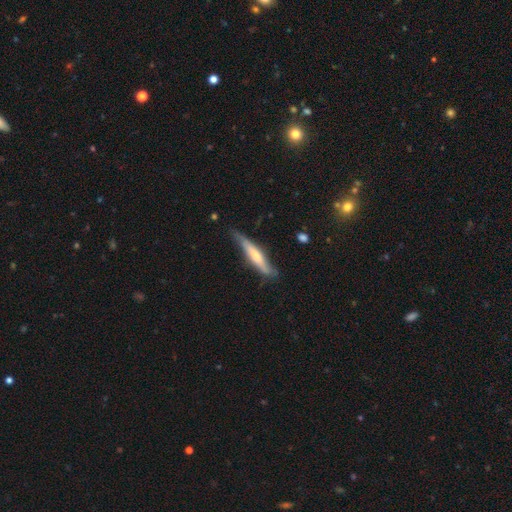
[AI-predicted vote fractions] A smooth galaxy with no disk features (49%).

Vote fractions:
- Smooth or featured? smooth: 49% / featured or disk: 46% / star or artifact: 5%
- Merging? none: 61% / minor disturbance: 30% / major disturbance: 6% / merger: 2%